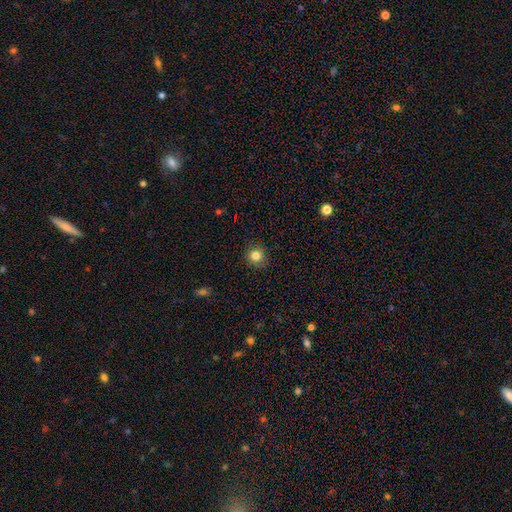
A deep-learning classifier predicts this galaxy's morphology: This appears to be a smooth galaxy with no disk features (82%) that is round (89%). Merging: none (88%).